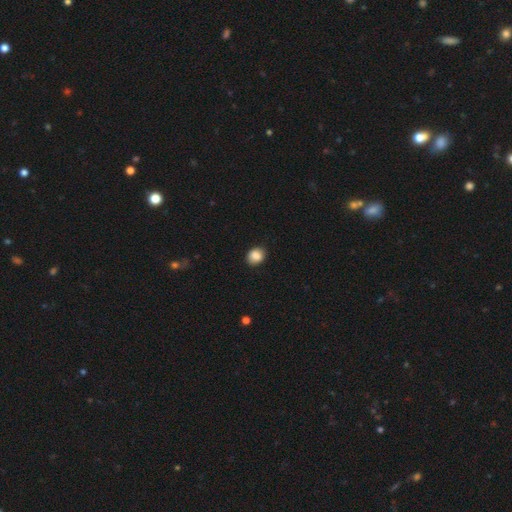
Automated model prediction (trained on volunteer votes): A smooth galaxy with no disk features (88%) that is round (62%). Merging: none (86%).